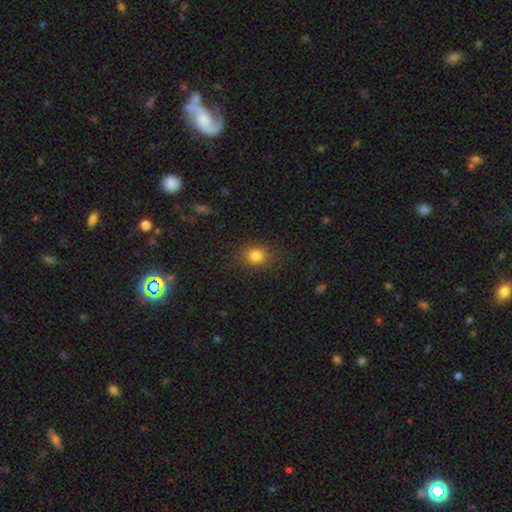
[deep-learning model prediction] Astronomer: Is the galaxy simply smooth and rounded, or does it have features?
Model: smooth — 81%.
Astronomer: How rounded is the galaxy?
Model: round — 66%.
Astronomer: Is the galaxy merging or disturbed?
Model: none — 85%.